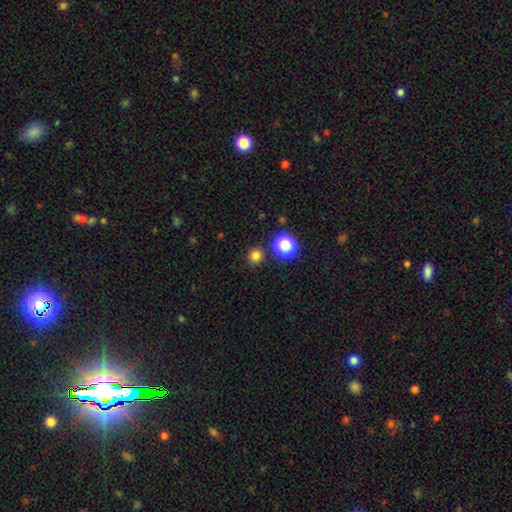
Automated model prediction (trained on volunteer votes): smooth-or-featured: smooth: 77% | star or artifact: 18% | featured or disk: 4%
  how-rounded: round: 93% | in between: 7% | cigar-shaped: 1%
  merging: none: 87% | minor disturbance: 6% | merger: 4% | major disturbance: 2%